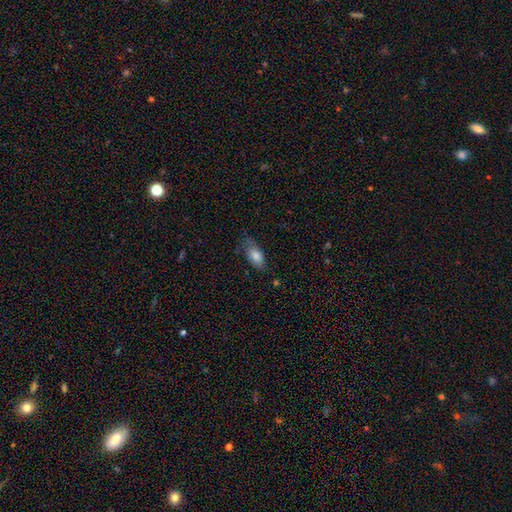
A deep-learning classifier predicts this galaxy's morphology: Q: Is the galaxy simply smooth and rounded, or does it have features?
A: smooth — 77%.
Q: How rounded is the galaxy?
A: in between — 88%.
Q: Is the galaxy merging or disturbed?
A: none — 59%.